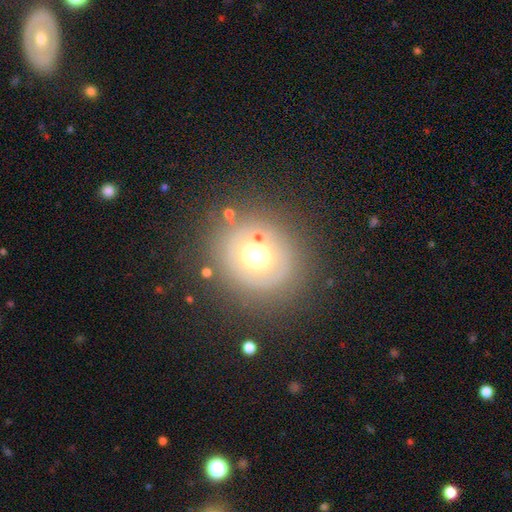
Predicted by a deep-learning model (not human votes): Q: Smooth or featured?
A: smooth (50%); runner-up: featured or disk (37%)
Q: Merging?
A: none (77%); runner-up: minor disturbance (12%)